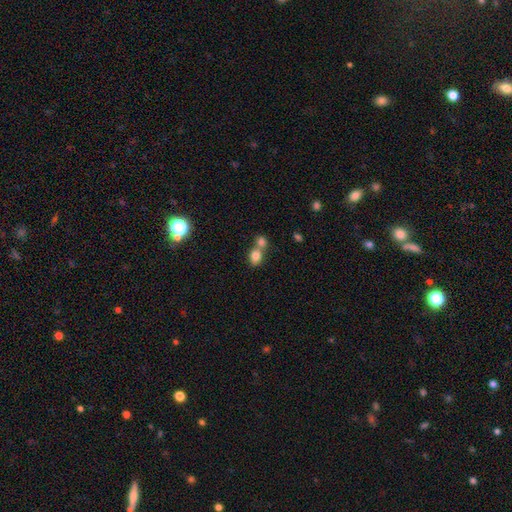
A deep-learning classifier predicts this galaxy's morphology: The model was most divided on "how rounded": in between: 50%, round: 49%, cigar-shaped: 1%. More confident: smooth or featured — smooth (80%); merging — merger (56%).